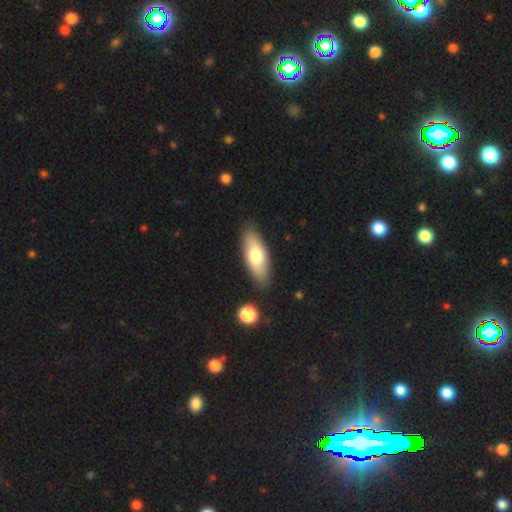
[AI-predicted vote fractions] Smooth or featured? smooth (70%)
How rounded? in between (71%)
Merging? none (85%)